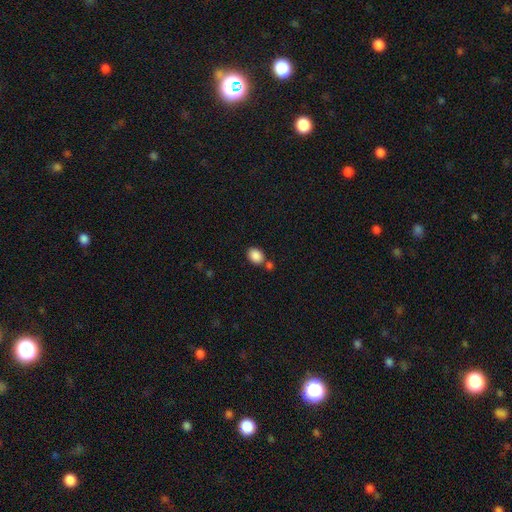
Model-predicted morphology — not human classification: Smooth or featured? smooth (88%)
How rounded? in between (61%)
Merging? none (64%)